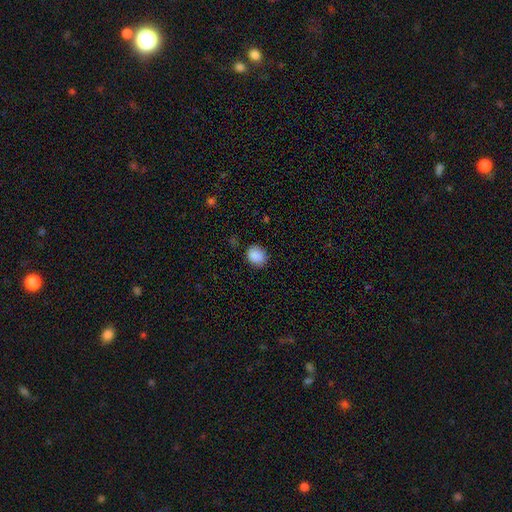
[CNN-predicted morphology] Q: Smooth or featured?
A: smooth (89%); runner-up: star or artifact (8%)
Q: How rounded?
A: round (54%); runner-up: in between (45%)
Q: Merging?
A: none (83%); runner-up: minor disturbance (12%)